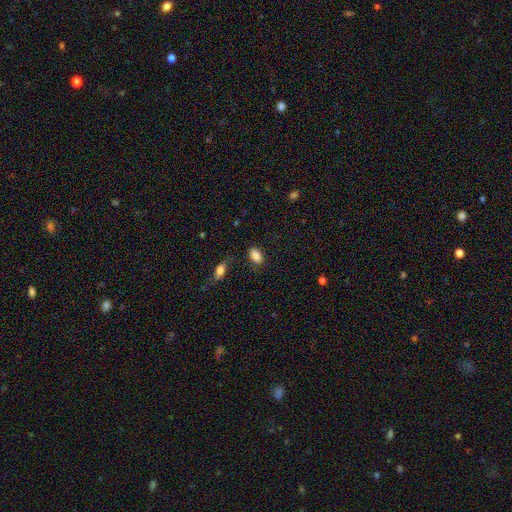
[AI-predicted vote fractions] Morphology: type=smooth (87%); roundness=in between (89%); merging=none (81%).